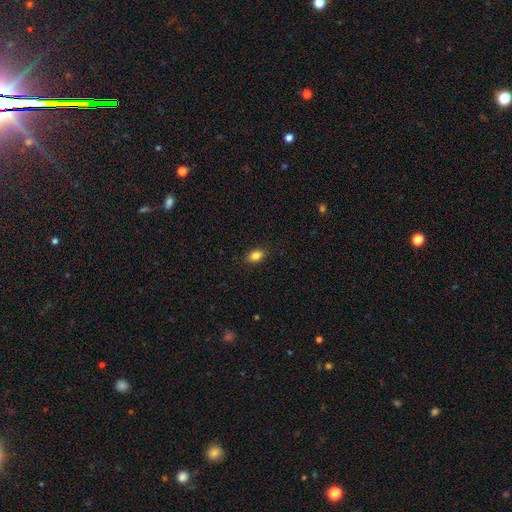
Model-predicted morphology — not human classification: A smooth galaxy with no disk features (84%) that is in between round and cigar-shaped (83%).

Vote fractions:
- Smooth or featured? smooth: 84% / star or artifact: 9% / featured or disk: 7%
- How rounded? in between: 83% / round: 14% / cigar-shaped: 2%
- Merging? none: 88% / minor disturbance: 9% / major disturbance: 2% / merger: 1%